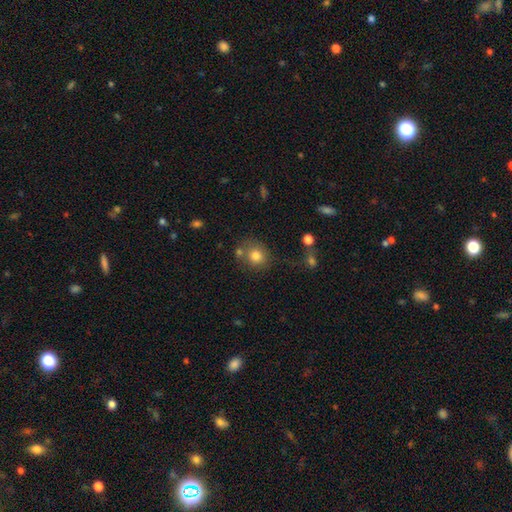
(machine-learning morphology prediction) smooth 79%, star or artifact 11%, featured or disk 10%. Down the decision tree: how rounded — round (82%); merging — none (63%).